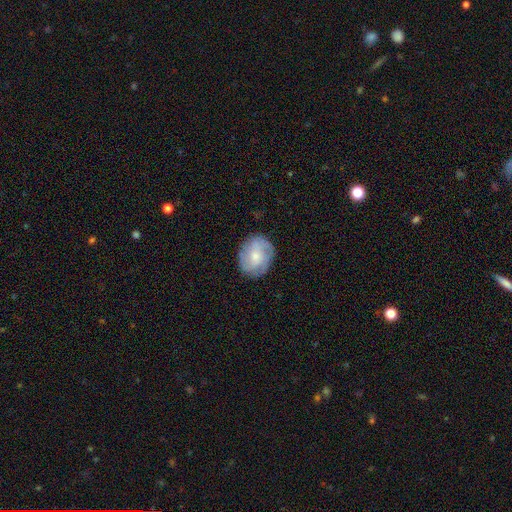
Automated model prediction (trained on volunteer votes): smooth-or-featured: featured or disk: 52% | smooth: 41% | star or artifact: 7%
  disk-edge-on: no: 97% | yes: 3%
    bar: no: 68% | weak: 27% | strong: 5%
    has-spiral-arms: yes: 81% | no: 19%
    bulge-size: small: 45% | moderate: 44% | large: 5% | none: 4% | dominant: 1%
  merging: none: 79% | minor disturbance: 15% | major disturbance: 5% | merger: 1%